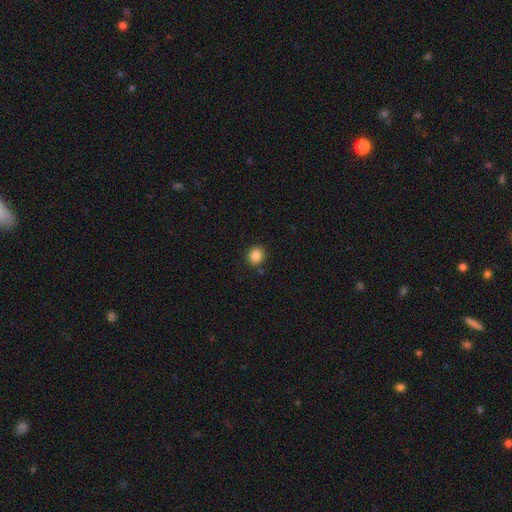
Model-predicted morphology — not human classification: smooth-or-featured: smooth: 86% | star or artifact: 10% | featured or disk: 4%
  how-rounded: round: 83% | in between: 16% | cigar-shaped: 1%
  merging: none: 87% | minor disturbance: 8% | merger: 3% | major disturbance: 2%